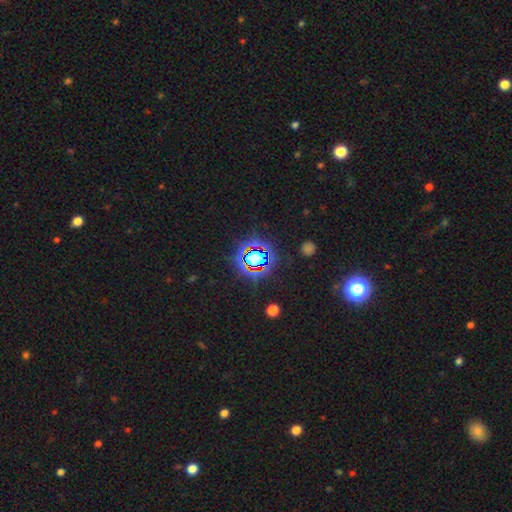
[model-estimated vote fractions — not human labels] star or artifact 71%, smooth 18%, featured or disk 10%.